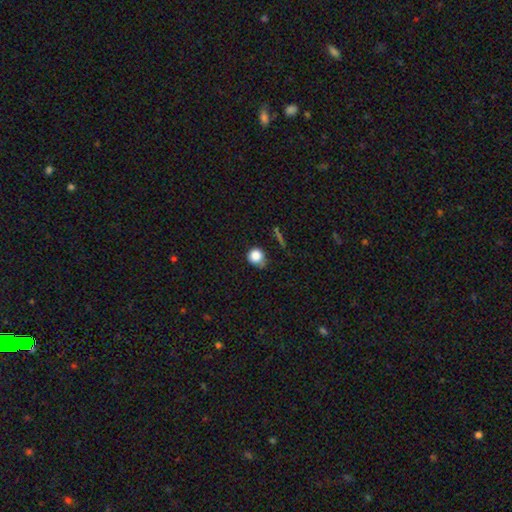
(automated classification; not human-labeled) smooth_or_featured: smooth (p=0.84) [alt: star or artifact p=0.10]
how_rounded: round (p=0.89) [alt: in between p=0.10]
merging: none (p=0.61) [alt: minor disturbance p=0.27]